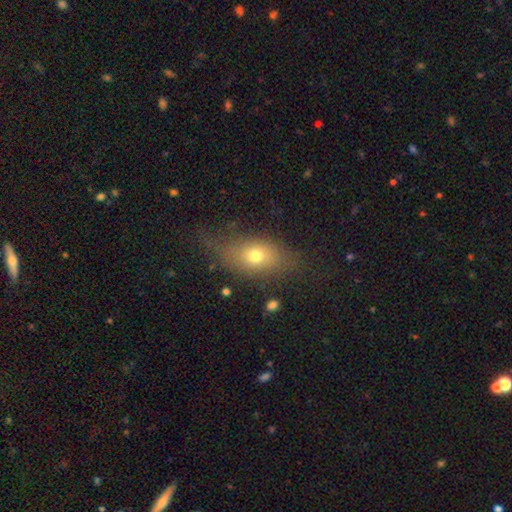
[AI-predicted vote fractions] Smooth or featured? smooth (67%)
How rounded? in between (74%)
Merging? none (58%)